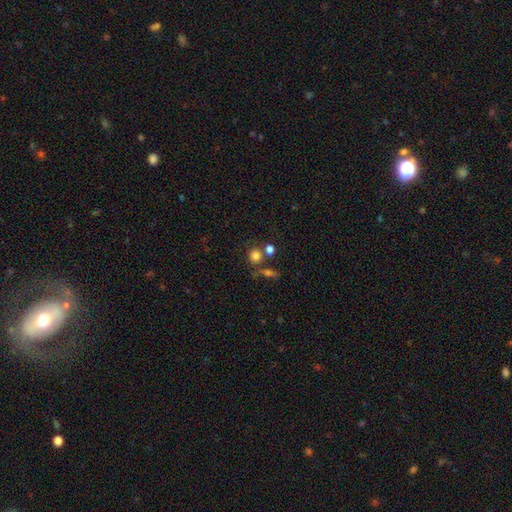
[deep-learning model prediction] Q: Smooth or featured?
A: smooth (79%); runner-up: star or artifact (13%)
Q: How rounded?
A: round (85%); runner-up: in between (14%)
Q: Merging?
A: none (62%); runner-up: merger (22%)